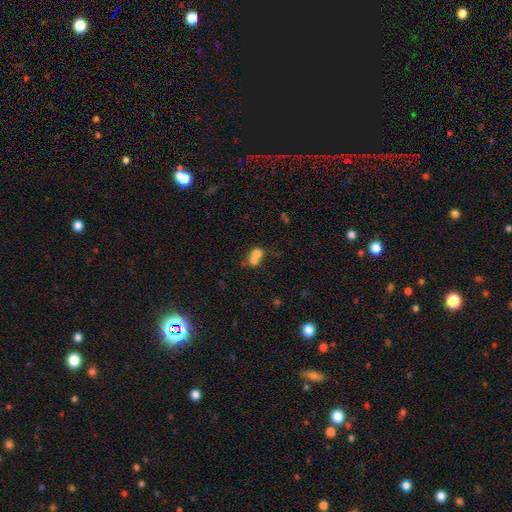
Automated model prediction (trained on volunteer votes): This is likely a smooth galaxy (68%). How rounded: likely round (64%). Merging: likely merger (69%).